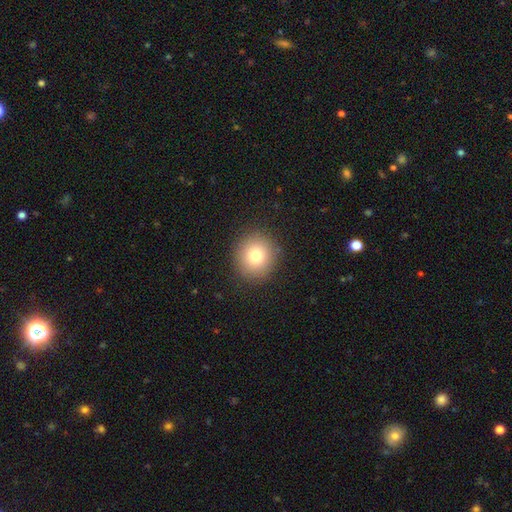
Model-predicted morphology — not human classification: A smooth galaxy with no disk features (78%) that is round (90%). Merging: none (89%).